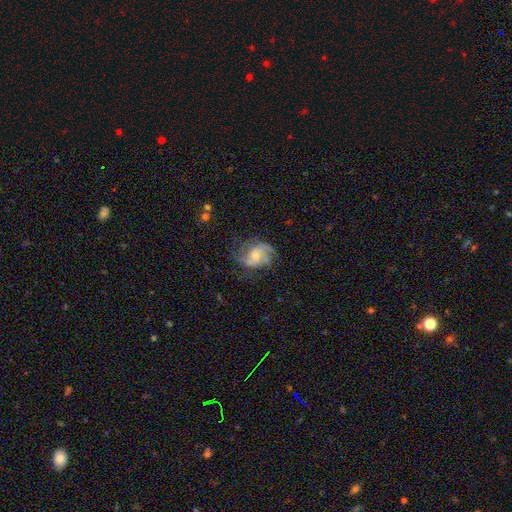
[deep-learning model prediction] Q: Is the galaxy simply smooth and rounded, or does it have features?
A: featured or disk — 77%.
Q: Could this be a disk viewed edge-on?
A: no — 98%.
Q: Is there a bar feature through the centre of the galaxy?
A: no — 61%.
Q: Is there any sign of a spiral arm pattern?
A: yes — 94%.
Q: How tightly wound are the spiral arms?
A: medium — 47%.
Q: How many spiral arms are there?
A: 2 — 43%.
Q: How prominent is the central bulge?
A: moderate — 45%, tied with small.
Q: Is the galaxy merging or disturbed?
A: none — 63%.